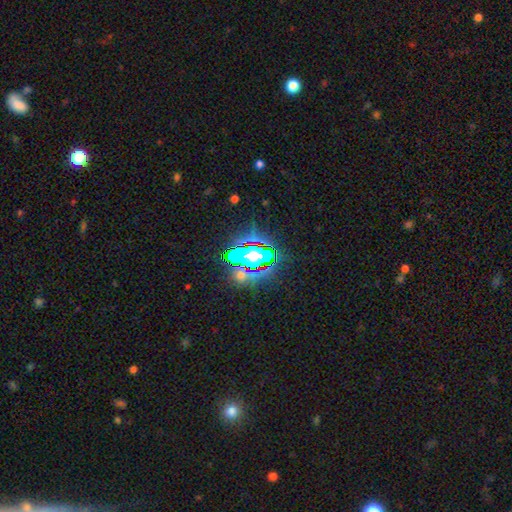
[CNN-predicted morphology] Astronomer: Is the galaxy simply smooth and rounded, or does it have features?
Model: star or artifact — 83%.